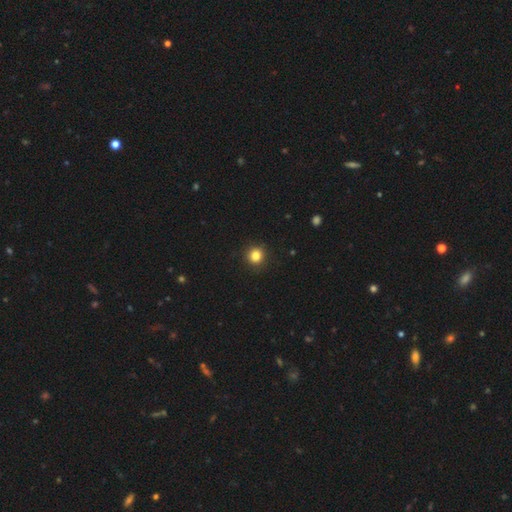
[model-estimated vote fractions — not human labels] Morphology: type=smooth (83%); roundness=round (90%); merging=none (91%).